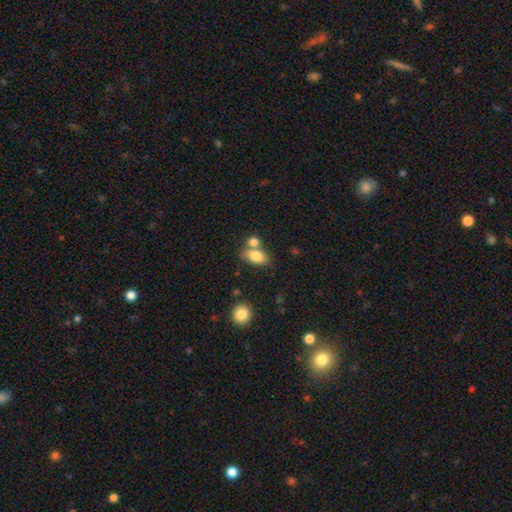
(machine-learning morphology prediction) smooth 81%, featured or disk 11%, star or artifact 8%. Down the decision tree: how rounded — in between (86%); merging — none (51%).